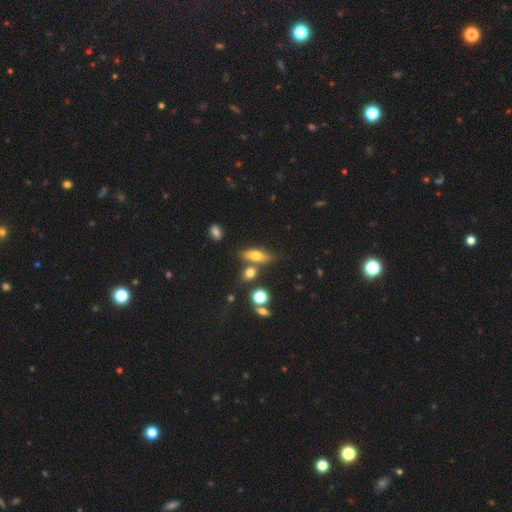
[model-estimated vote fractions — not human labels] The model was most divided on "how rounded": in between: 61%, cigar-shaped: 34%, round: 6%. More confident: smooth or featured — smooth (65%); merging — none (65%).